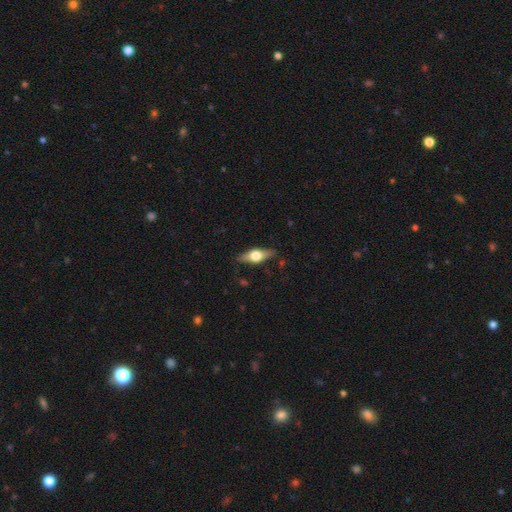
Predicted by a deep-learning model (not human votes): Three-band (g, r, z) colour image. It shows a featured or disk galaxy (53%) viewed edge-on (91%). Merging: none (84%).